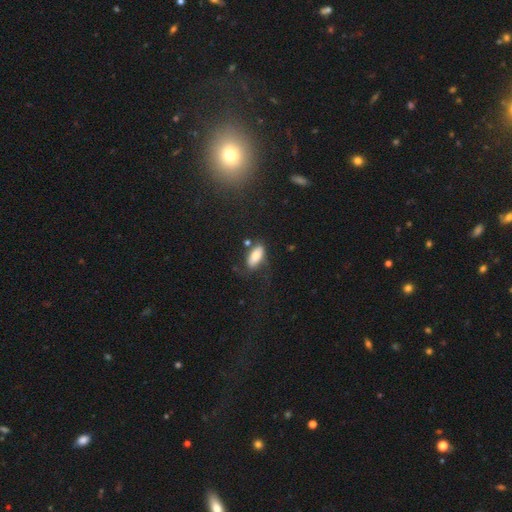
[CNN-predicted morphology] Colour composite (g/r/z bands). It shows a smooth galaxy with no disk features (78%) that is in between round and cigar-shaped (84%). Merging: none (57%).